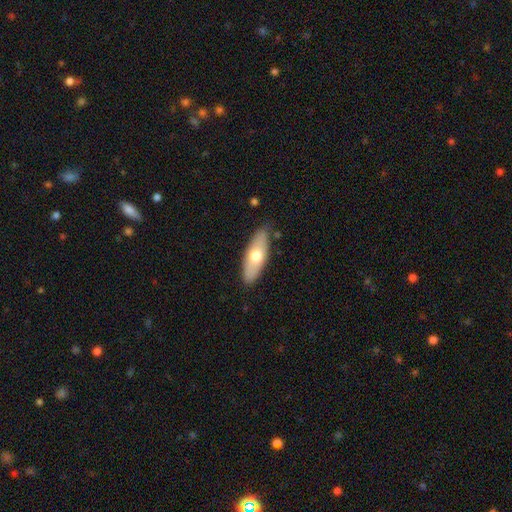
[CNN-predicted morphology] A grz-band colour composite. It shows a smooth galaxy with no disk features (62%) that is in between round and cigar-shaped (64%). Merging: none (85%).